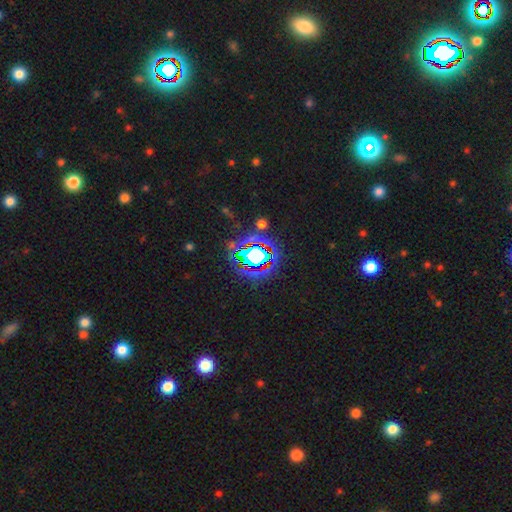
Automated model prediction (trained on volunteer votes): smooth-or-featured: star or artifact: 67% | smooth: 18% | featured or disk: 16%